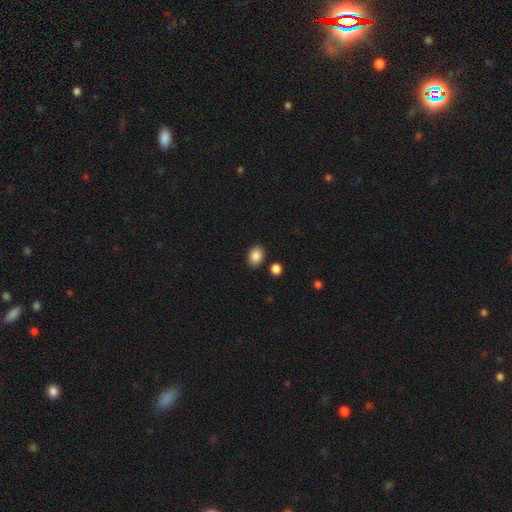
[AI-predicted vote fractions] Morphology: type=smooth (88%); roundness=in between (75%); merging=none (84%).